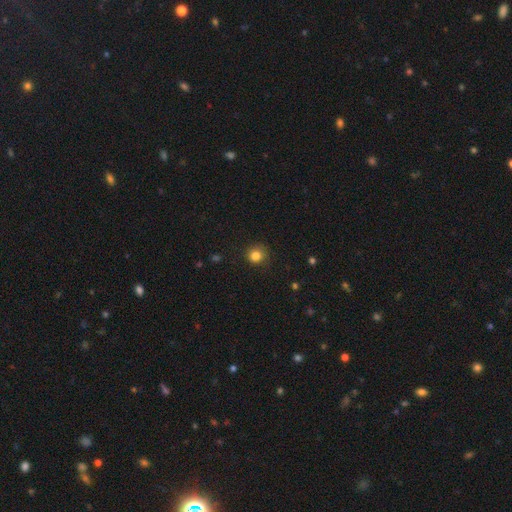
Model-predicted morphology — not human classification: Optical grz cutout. It shows a smooth galaxy with no disk features (83%) that is round (91%). Merging: none (82%).